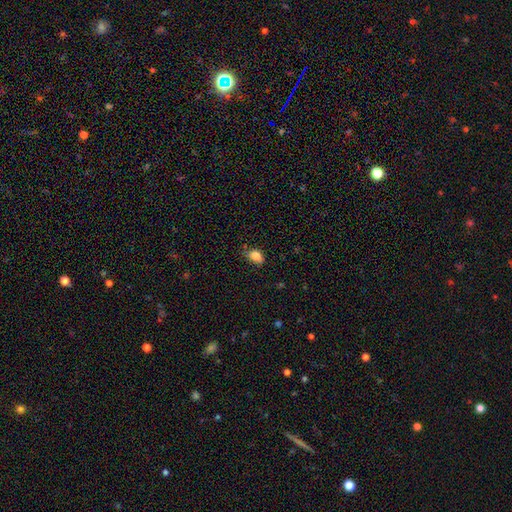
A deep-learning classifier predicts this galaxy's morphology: This is clearly a smooth galaxy (84%). How rounded: likely in between (79%). Merging: likely none (64%).